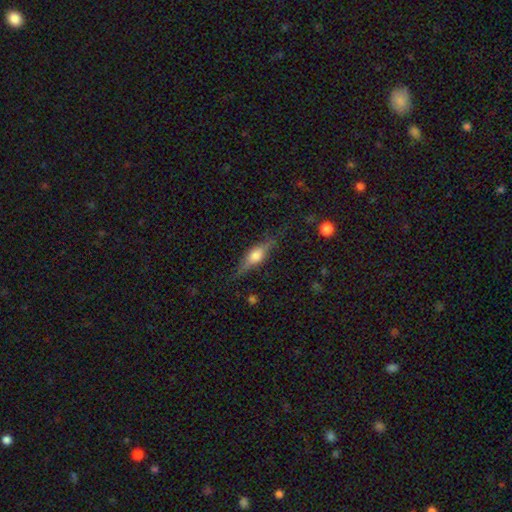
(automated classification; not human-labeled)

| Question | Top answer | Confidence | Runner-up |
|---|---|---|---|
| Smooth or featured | featured or disk | 56% | smooth (36%) |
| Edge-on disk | yes | 93% | no (7%) |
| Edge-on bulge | rounded | 89% | boxy (9%) |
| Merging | none | 78% | minor disturbance (16%) |